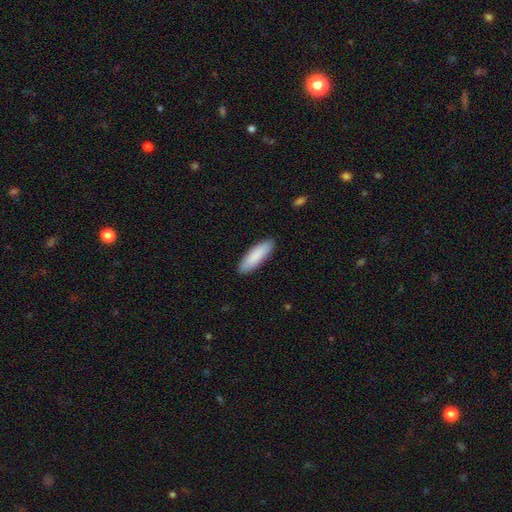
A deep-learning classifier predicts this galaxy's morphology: This appears to be a smooth galaxy with no disk features (88%) that is cigar-shaped (52%). Merging: none (90%).